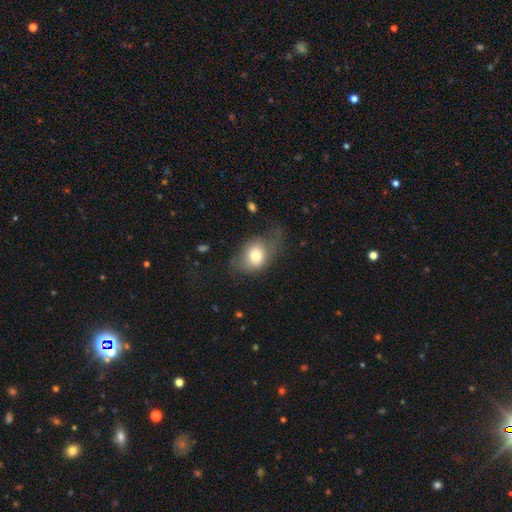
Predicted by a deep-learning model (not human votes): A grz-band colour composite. It shows a smooth galaxy with no disk features (73%) that is in between round and cigar-shaped (59%). Merging: none (40%).